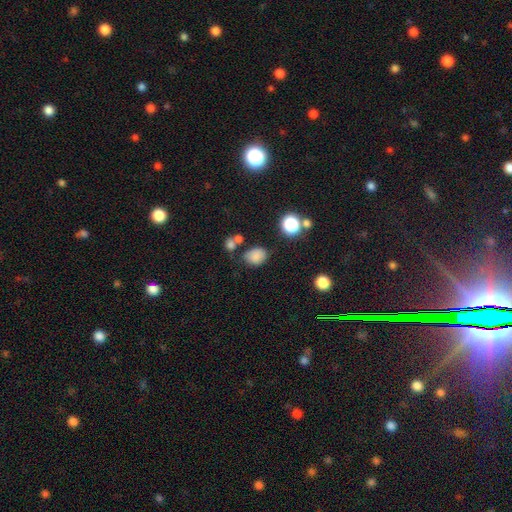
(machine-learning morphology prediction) type=smooth (80%); roundness=in between (53%); merging=none (65%).